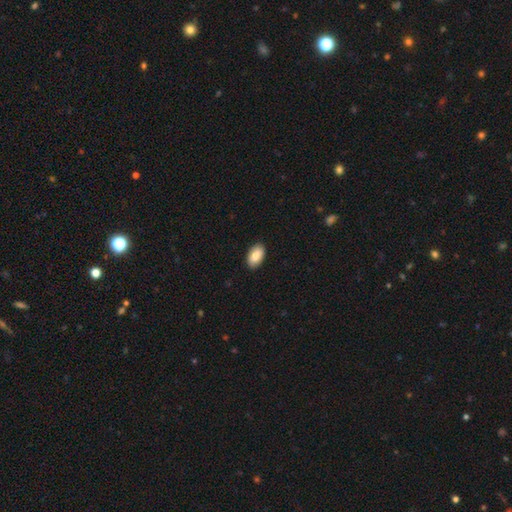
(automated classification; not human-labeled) Smooth or featured? smooth (88%)
How rounded? in between (95%)
Merging? none (89%)